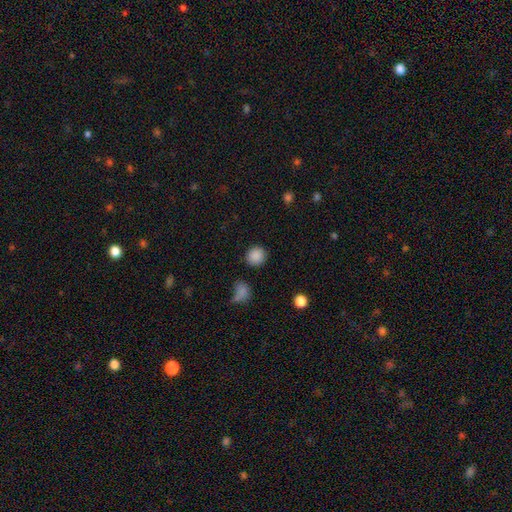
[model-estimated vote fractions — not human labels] The model was most divided on "smooth or featured": smooth: 86%, star or artifact: 10%, featured or disk: 4%. More confident: how rounded — round (88%); merging — none (85%).